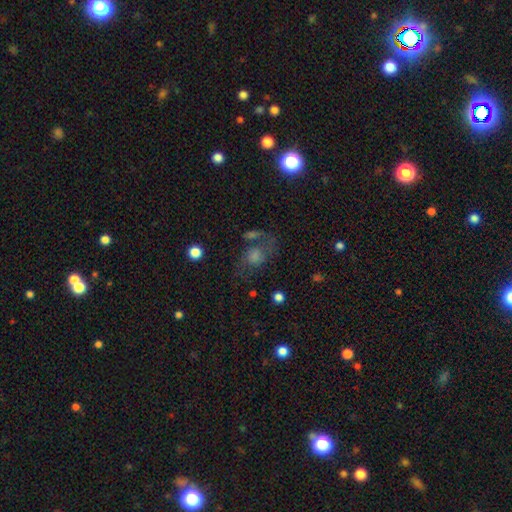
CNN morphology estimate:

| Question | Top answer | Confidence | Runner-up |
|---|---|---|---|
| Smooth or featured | featured or disk | 43% | smooth (34%) |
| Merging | none | 51% | major disturbance (20%) |